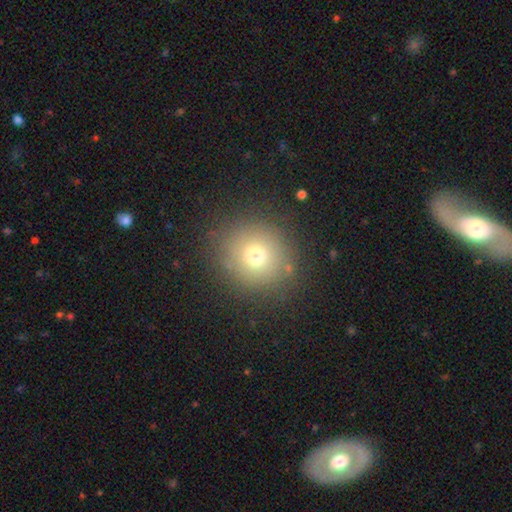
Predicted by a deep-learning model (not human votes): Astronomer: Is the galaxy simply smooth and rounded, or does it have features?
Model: smooth — 71%.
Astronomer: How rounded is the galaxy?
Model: round — 90%.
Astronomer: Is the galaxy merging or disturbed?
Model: none — 85%.